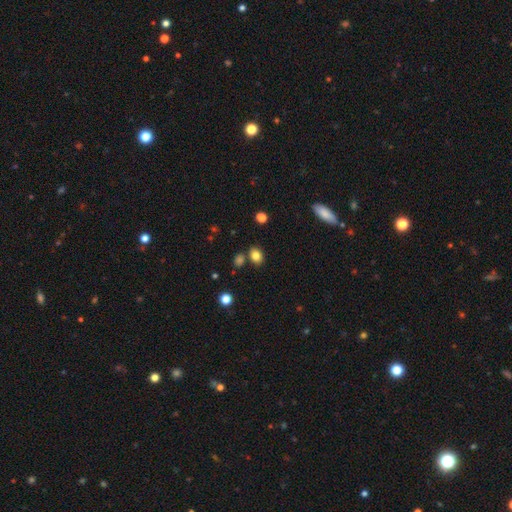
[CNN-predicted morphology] Smooth or featured? smooth (82%)
How rounded? in between (62%)
Merging? none (77%)